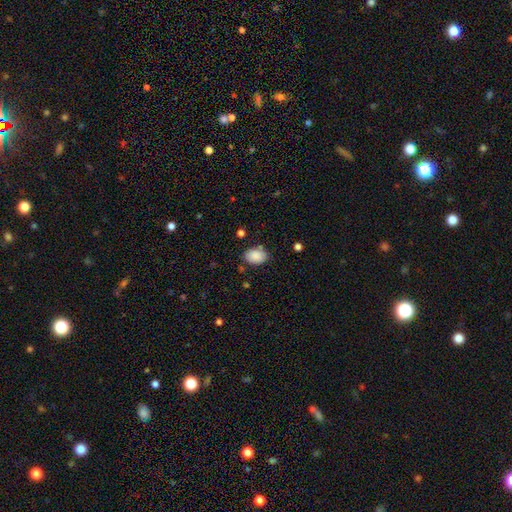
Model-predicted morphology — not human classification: The model was most divided on "merging": none: 79%, minor disturbance: 15%, major disturbance: 4%, merger: 3%. More confident: smooth or featured — smooth (88%); how rounded — in between (82%).